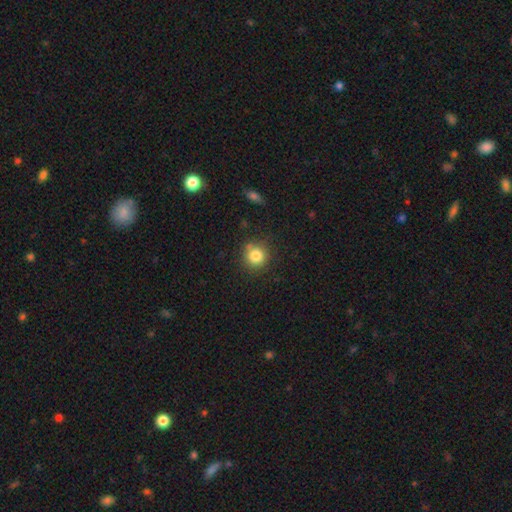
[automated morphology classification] This is clearly a smooth galaxy (82%). How rounded: clearly round (92%). Merging: likely none (80%).